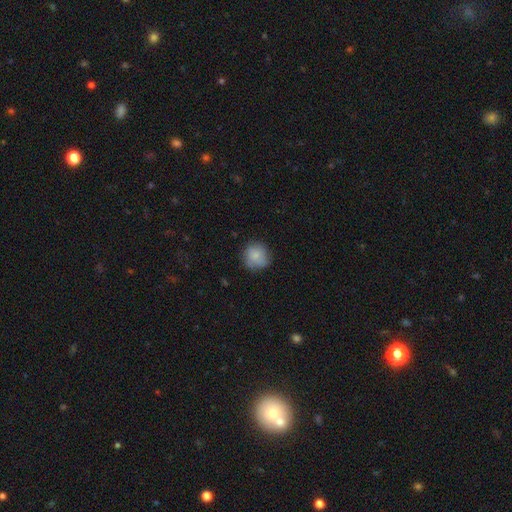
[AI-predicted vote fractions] Smooth or featured: smooth — 82% (featured or disk — 11%)
How rounded: round — 91% (in between — 8%)
Merging: none — 78% (minor disturbance — 17%)